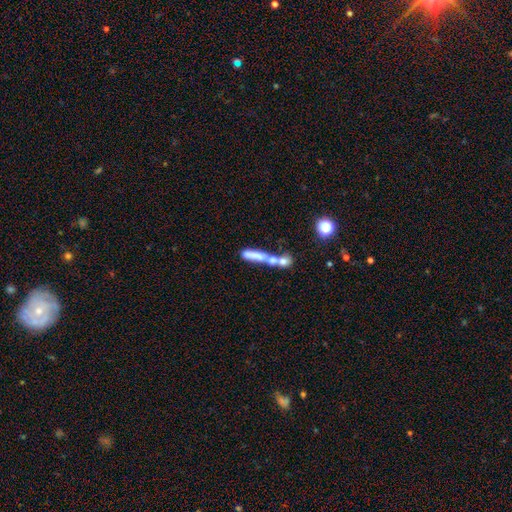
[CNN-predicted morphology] The model was most divided on "smooth or featured": smooth: 56%, featured or disk: 33%, star or artifact: 11%. More confident: how rounded — cigar-shaped (75%); merging — merger (54%).